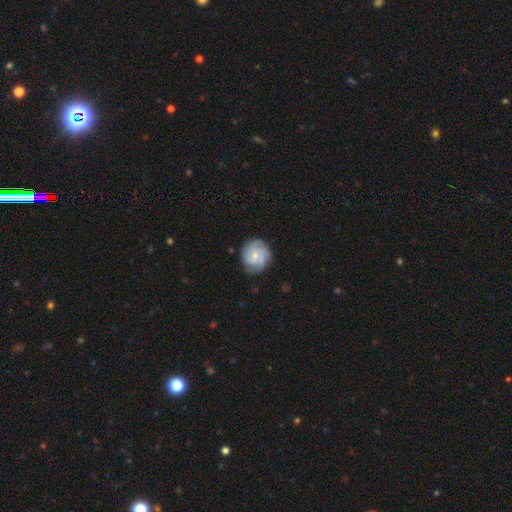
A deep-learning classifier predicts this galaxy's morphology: Smooth or featured: featured or disk — 67% (smooth — 27%)
Edge-on disk: no — 98% (yes — 2%)
Bar: no — 68% (weak — 28%)
Spiral arms: yes — 93% (no — 7%)
Spiral winding: tight — 59% (medium — 33%)
Spiral arm count: 3 — 36% (can't tell — 25%)
Bulge size: small — 58% (moderate — 37%)
Merging: none — 79% (minor disturbance — 15%)